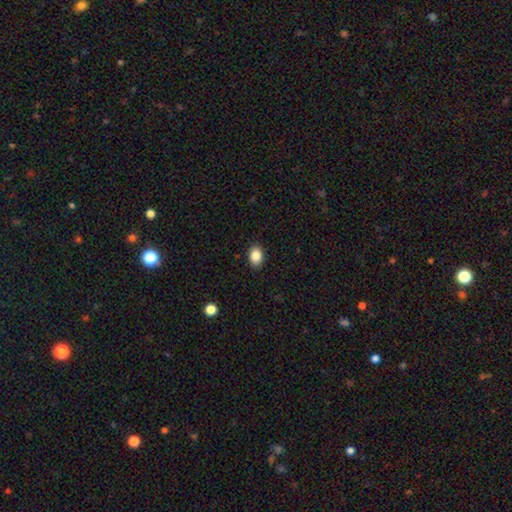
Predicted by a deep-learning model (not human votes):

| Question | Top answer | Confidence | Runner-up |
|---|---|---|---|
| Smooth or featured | smooth | 87% | star or artifact (8%) |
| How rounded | in between | 78% | round (21%) |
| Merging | none | 89% | minor disturbance (8%) |